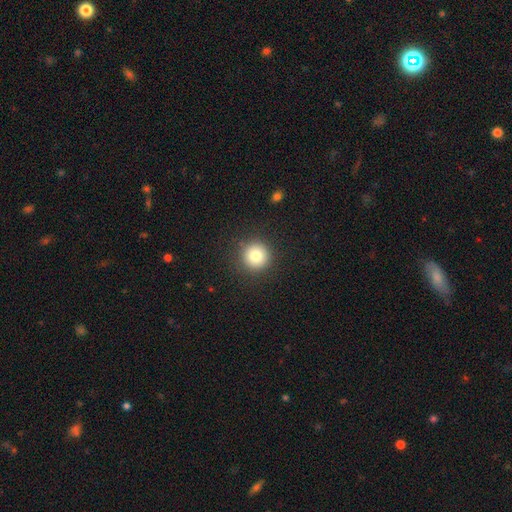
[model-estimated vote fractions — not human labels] smooth-or-featured: smooth: 80% | star or artifact: 11% | featured or disk: 8%
  how-rounded: round: 95% | in between: 4% | cigar-shaped: 1%
  merging: none: 90% | minor disturbance: 6% | major disturbance: 2% | merger: 1%